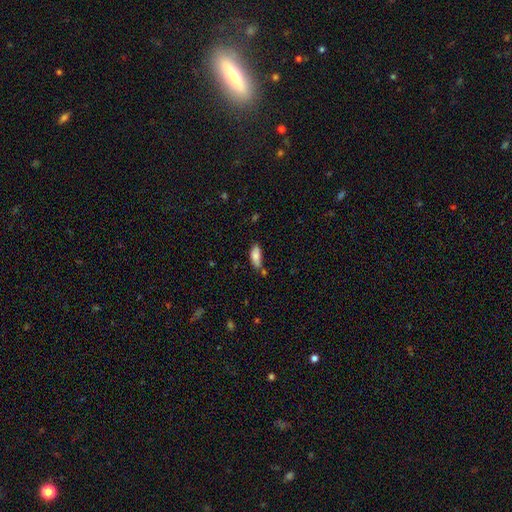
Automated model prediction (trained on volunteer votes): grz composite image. It shows a smooth galaxy with no disk features (83%) that is in between round and cigar-shaped (84%). Merging: none (50%).